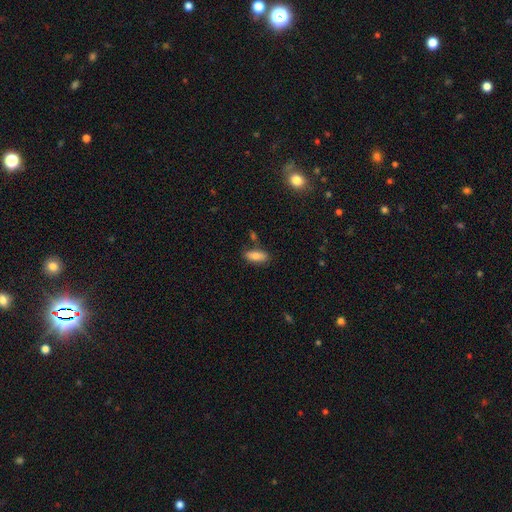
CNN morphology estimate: A smooth galaxy with no disk features (78%) that is in between round and cigar-shaped (80%).

Vote fractions:
- Smooth or featured? smooth: 78% / featured or disk: 15% / star or artifact: 7%
- How rounded? in between: 80% / cigar-shaped: 17% / round: 3%
- Merging? none: 78% / minor disturbance: 14% / merger: 6% / major disturbance: 3%